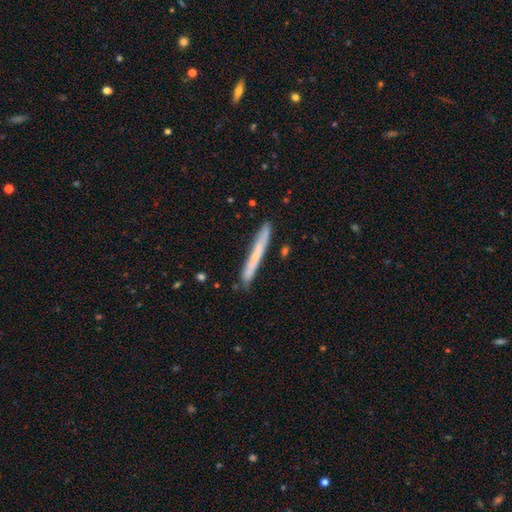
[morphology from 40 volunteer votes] smooth 62%, featured or disk 32%, star or artifact 5%. Down the decision tree: how rounded — cigar-shaped (92%); merging — none (89%).